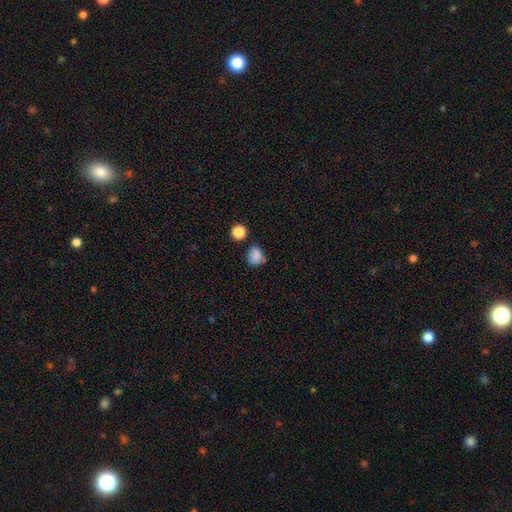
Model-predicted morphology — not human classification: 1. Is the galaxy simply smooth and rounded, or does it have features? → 84% smooth, 12% star or artifact, 5% featured or disk.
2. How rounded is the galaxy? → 69% round, 30% in between, 1% cigar-shaped.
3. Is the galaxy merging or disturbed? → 67% none, 20% minor disturbance, 7% merger, 5% major disturbance.